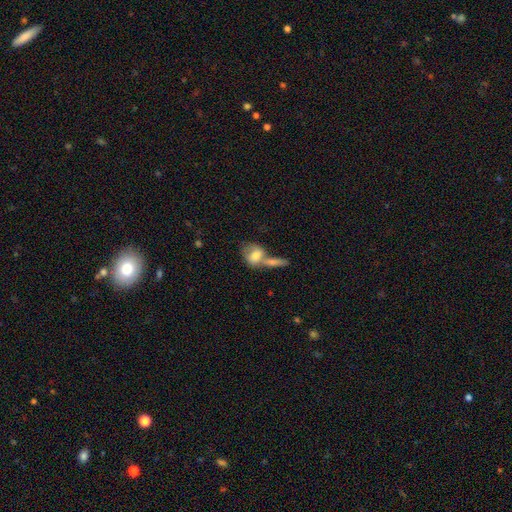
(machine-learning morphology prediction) Smooth or featured: smooth — 66% (featured or disk — 27%)
How rounded: in between — 54% (round — 40%)
Merging: merger — 56% (none — 26%)